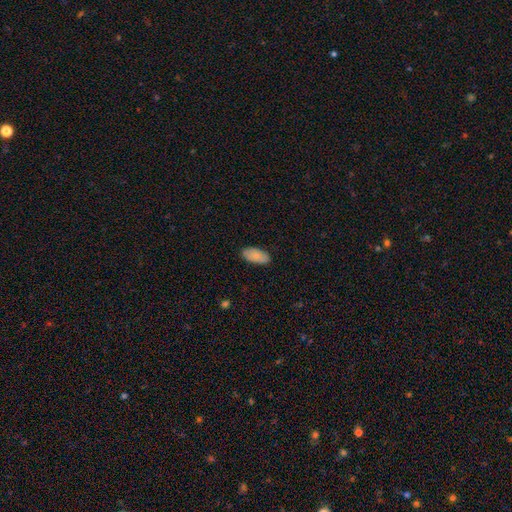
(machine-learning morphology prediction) smooth_or_featured: smooth (p=0.87) [alt: featured or disk p=0.07]
how_rounded: in between (p=0.92) [alt: cigar-shaped p=0.06]
merging: none (p=0.87) [alt: minor disturbance p=0.10]